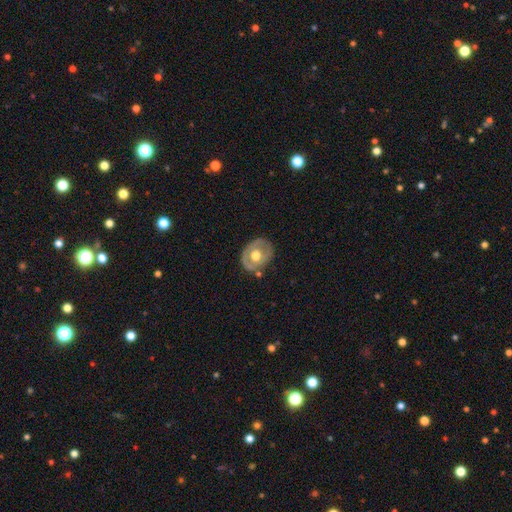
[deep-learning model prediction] This appears to be a featured or disk galaxy (53%). Merging: none (69%).